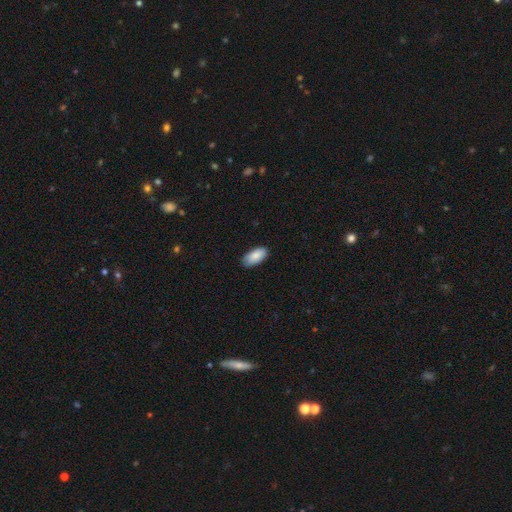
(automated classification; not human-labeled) smooth-or-featured: smooth: 87% | featured or disk: 7% | star or artifact: 6%
  how-rounded: in between: 94% | cigar-shaped: 4% | round: 2%
  merging: none: 83% | minor disturbance: 14% | major disturbance: 2% | merger: 1%